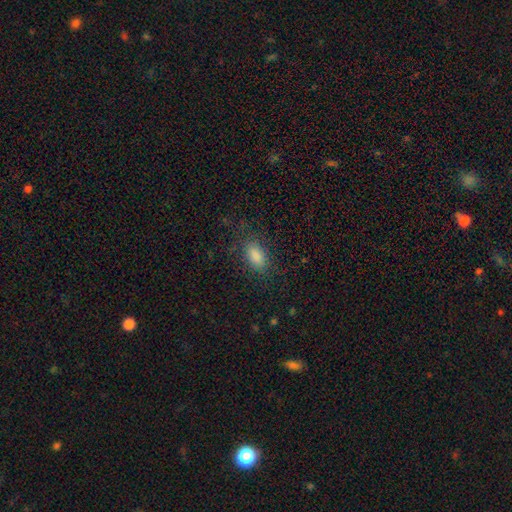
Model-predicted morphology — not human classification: A smooth galaxy with no disk features (84%) that is in between round and cigar-shaped (89%). Merging: none (80%).